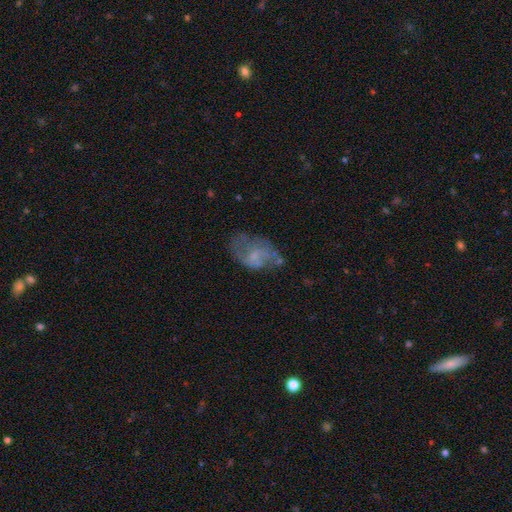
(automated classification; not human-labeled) This appears to be a featured or disk galaxy (53%) with no bar (62%), spiral arms (51%) and a small central bulge (42%). Merging: none (41%).